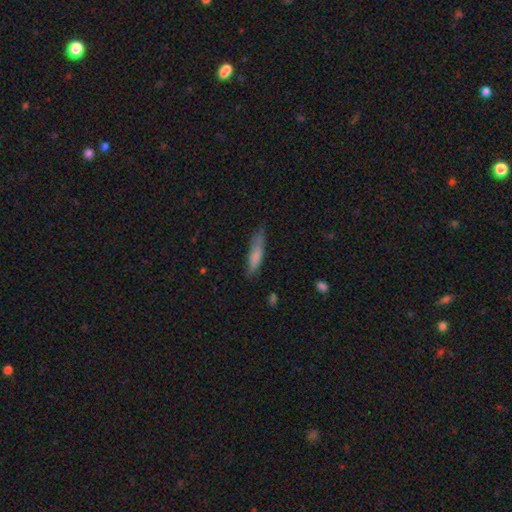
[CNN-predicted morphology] Smooth or featured: smooth — 75% (featured or disk — 18%)
How rounded: cigar-shaped — 73% (in between — 25%)
Merging: none — 65% (minor disturbance — 26%)